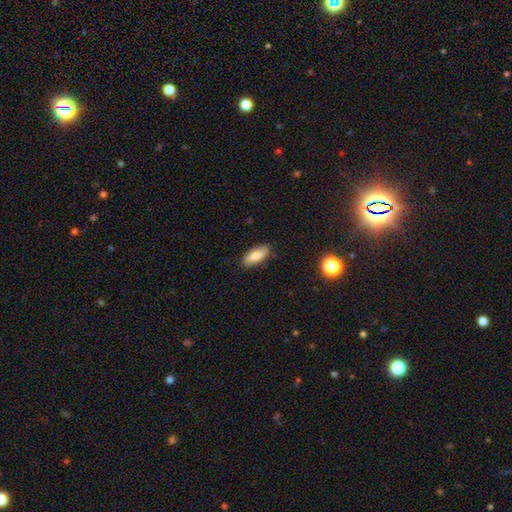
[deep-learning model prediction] A smooth galaxy with no disk features (82%) that is in between round and cigar-shaped (78%).

Vote fractions:
- Smooth or featured? smooth: 82% / featured or disk: 11% / star or artifact: 7%
- How rounded? in between: 78% / cigar-shaped: 20% / round: 2%
- Merging? none: 86% / minor disturbance: 10% / major disturbance: 2% / merger: 1%